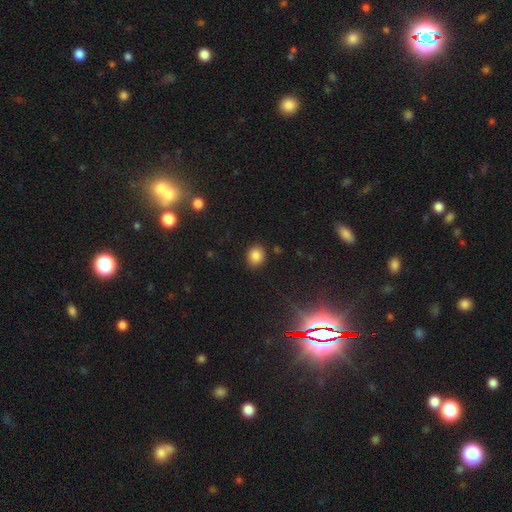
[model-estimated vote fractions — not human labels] Smooth or featured?
  - smooth: 83% *
  - star or artifact: 12%
  - featured or disk: 5%
How rounded?
  - round: 71% *
  - in between: 28%
  - cigar-shaped: 1%
Merging?
  - none: 88% *
  - minor disturbance: 8%
  - major disturbance: 3%
  - merger: 2%